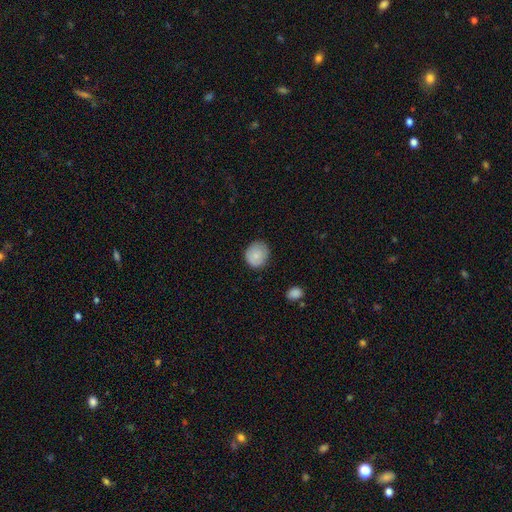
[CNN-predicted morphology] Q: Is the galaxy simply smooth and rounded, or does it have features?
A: smooth — 83%.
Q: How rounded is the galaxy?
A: round — 81%.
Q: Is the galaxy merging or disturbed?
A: none — 81%.